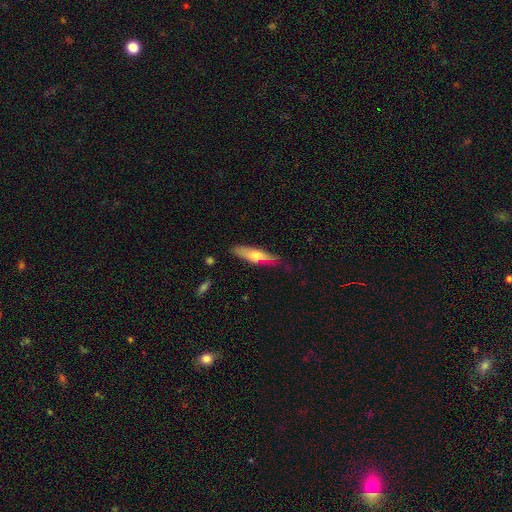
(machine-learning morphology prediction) The model was most divided on "smooth or featured": smooth: 53%, featured or disk: 41%, star or artifact: 6%. More confident: merging — none (73%); how rounded — cigar-shaped (67%).